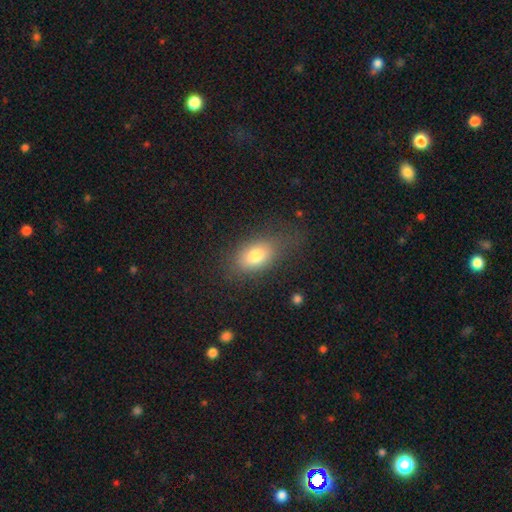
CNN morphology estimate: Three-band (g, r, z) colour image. It shows a smooth galaxy with no disk features (78%) that is in between round and cigar-shaped (84%). Merging: none (66%).